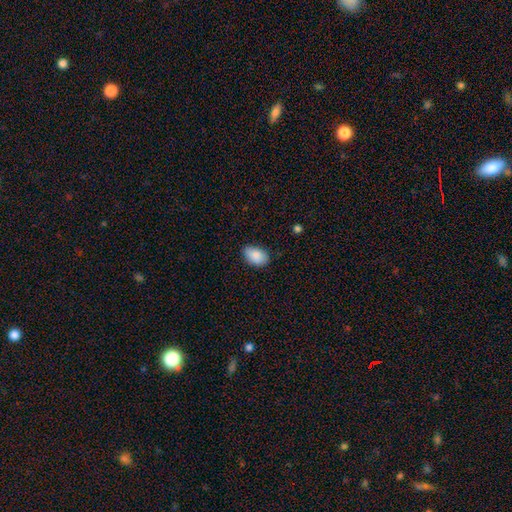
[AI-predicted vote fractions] This is clearly a smooth galaxy (88%). How rounded: clearly in between (90%). Merging: likely none (77%).